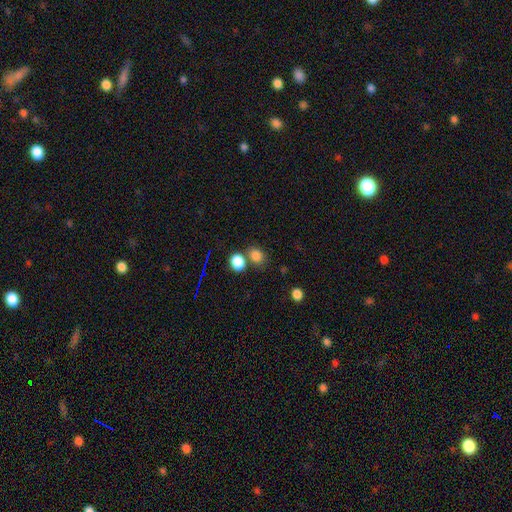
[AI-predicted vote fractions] smooth-or-featured: smooth: 82% | star or artifact: 13% | featured or disk: 6%
  how-rounded: round: 55% | in between: 44% | cigar-shaped: 1%
  merging: none: 59% | merger: 26% | minor disturbance: 11% | major disturbance: 4%